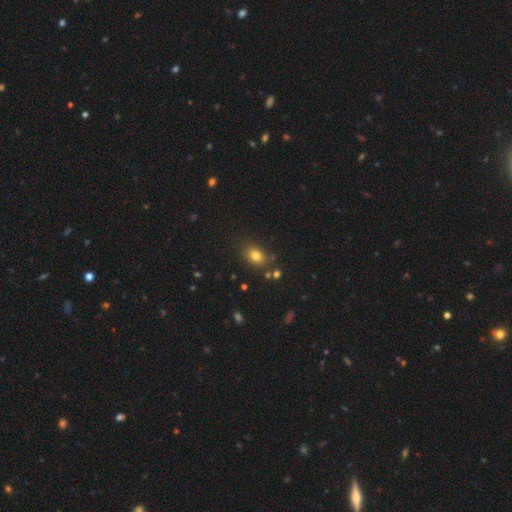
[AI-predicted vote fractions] A smooth galaxy with no disk features (78%) that is in between round and cigar-shaped (62%).

Vote fractions:
- Smooth or featured? smooth: 78% / star or artifact: 14% / featured or disk: 9%
- How rounded? in between: 62% / round: 37% / cigar-shaped: 1%
- Merging? none: 80% / minor disturbance: 11% / merger: 5% / major disturbance: 3%